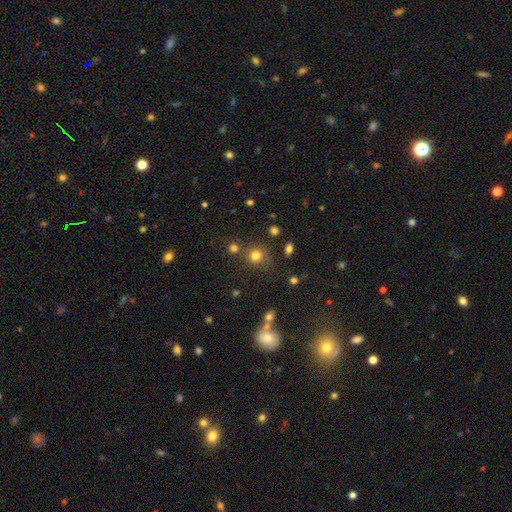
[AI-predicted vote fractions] This appears to be a smooth galaxy with no disk features (76%) that is round (89%). Merging: none (72%).